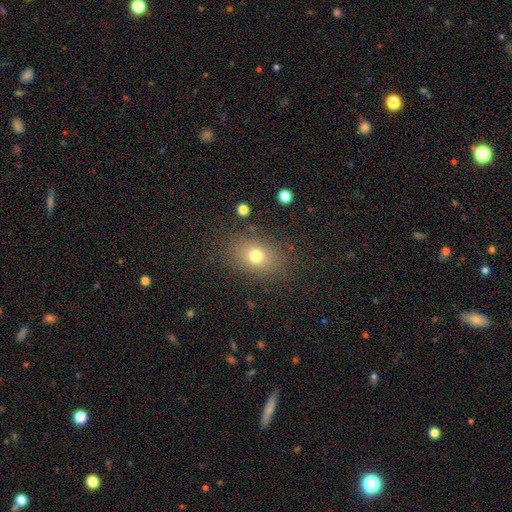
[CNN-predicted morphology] type=smooth (74%); roundness=in between (66%); merging=none (82%).